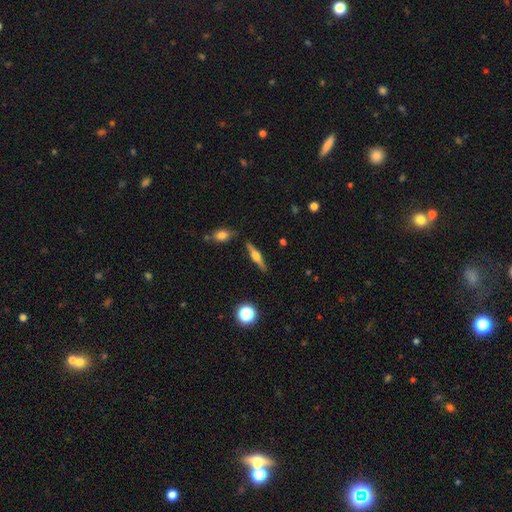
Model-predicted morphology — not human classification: smooth_or_featured: featured or disk (p=0.64) [alt: smooth p=0.29]
disk_edge_on: yes (p=0.96) [alt: no p=0.04]
edge_on_bulge: rounded (p=0.91) [alt: boxy p=0.06]
merging: none (p=0.86) [alt: minor disturbance p=0.09]